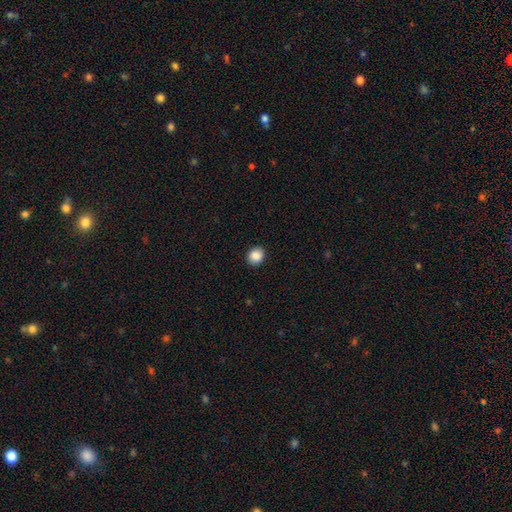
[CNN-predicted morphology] smooth 88%, star or artifact 9%, featured or disk 3%. Down the decision tree: how rounded — round (71%); merging — none (91%).